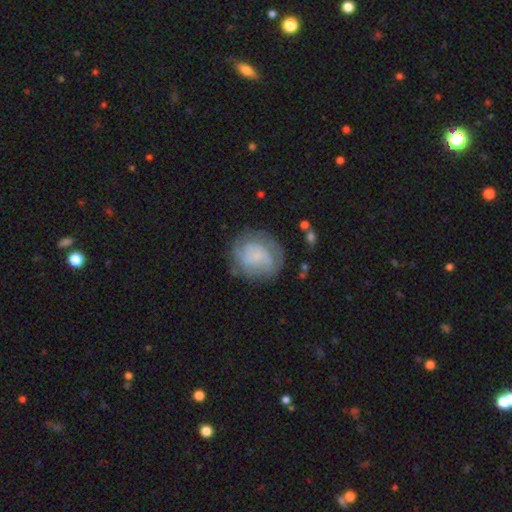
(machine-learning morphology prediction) Overall: featured or disk (66%; smooth 26%). Edge-on disk: no (98%). Bar: no (70%). Spiral arms: yes (88%). Spiral arm count: 2 (37%; can't tell 32%). Spiral winding: tight (52%; medium 35%). Bulge size: small (64%). Merging: none (71%).